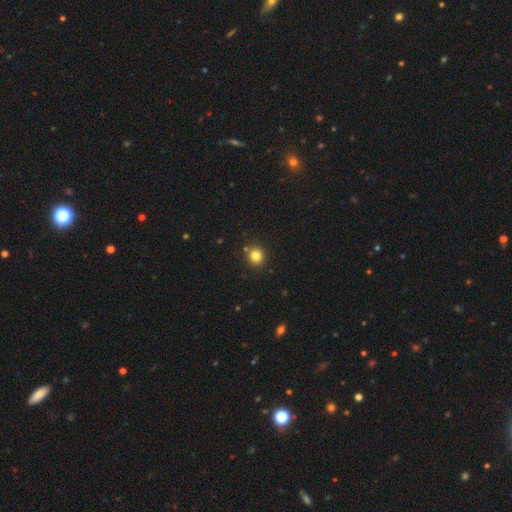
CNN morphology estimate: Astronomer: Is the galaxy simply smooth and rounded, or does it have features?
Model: smooth — 82%.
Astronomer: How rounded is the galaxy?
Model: round — 85%.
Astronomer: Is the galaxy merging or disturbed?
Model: none — 87%.